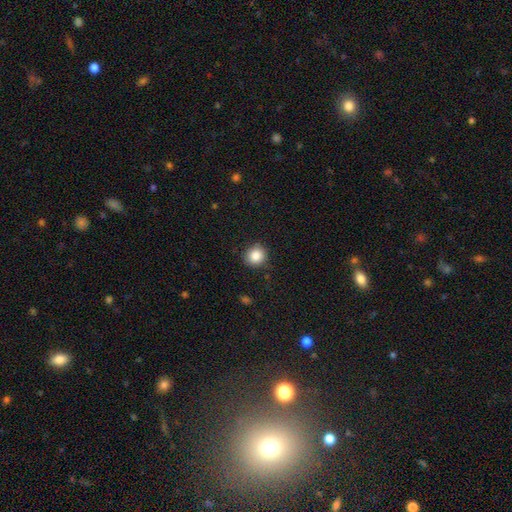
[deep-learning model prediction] Q: Smooth or featured?
A: smooth (86%); runner-up: star or artifact (9%)
Q: How rounded?
A: round (86%); runner-up: in between (14%)
Q: Merging?
A: none (88%); runner-up: minor disturbance (9%)